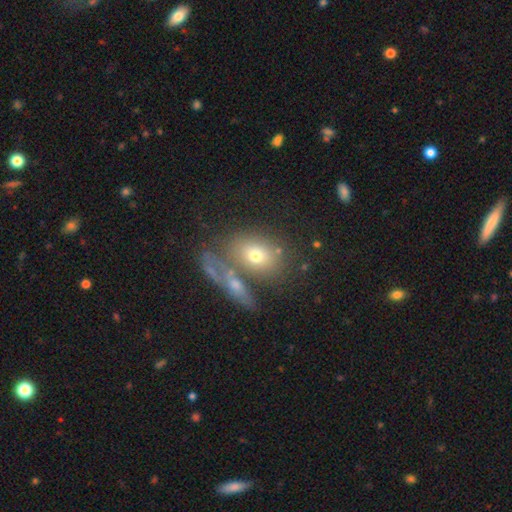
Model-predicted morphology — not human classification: smooth_or_featured: smooth (p=0.60) [alt: featured or disk p=0.28]
how_rounded: in between (p=0.64) [alt: round p=0.31]
merging: none (p=0.48) [alt: merger p=0.29]